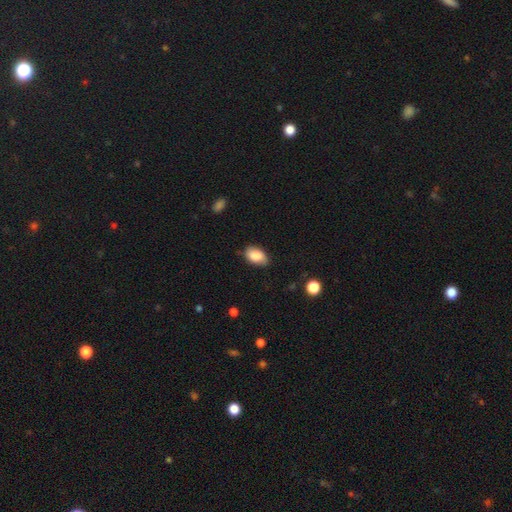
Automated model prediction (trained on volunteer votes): Smooth or featured? smooth (87%)
How rounded? in between (91%)
Merging? none (75%)